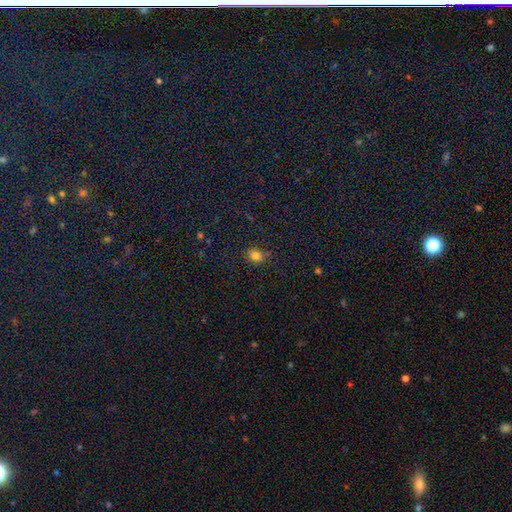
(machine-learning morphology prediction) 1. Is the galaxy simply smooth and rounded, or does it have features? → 80% smooth, 14% star or artifact, 6% featured or disk.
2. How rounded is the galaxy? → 56% round, 43% in between, 1% cigar-shaped.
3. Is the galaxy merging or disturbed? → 81% none, 13% minor disturbance, 4% major disturbance, 2% merger.